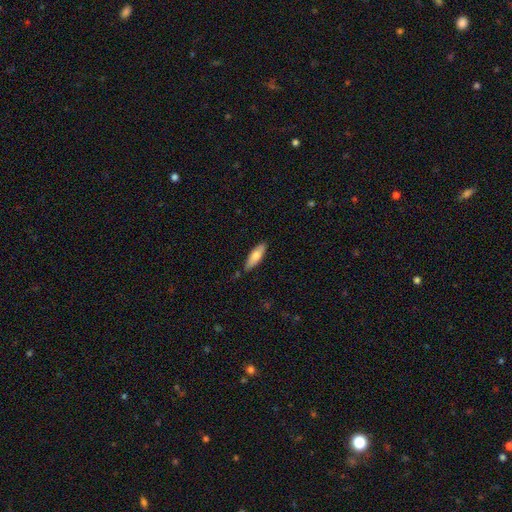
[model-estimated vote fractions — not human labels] smooth 75%, featured or disk 19%, star or artifact 6%. Down the decision tree: how rounded — in between (51%); merging — none (82%).